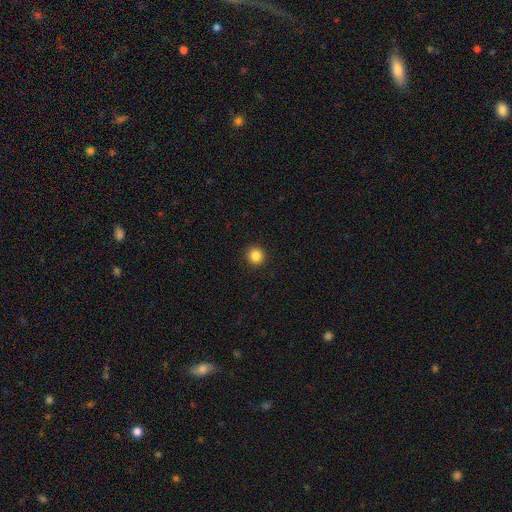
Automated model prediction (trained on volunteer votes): Smooth or featured? smooth (85%)
How rounded? round (95%)
Merging? none (93%)